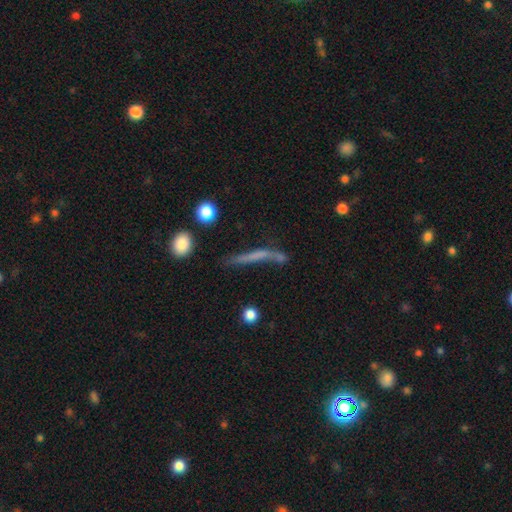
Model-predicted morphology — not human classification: Smooth or featured: smooth — 49% (featured or disk — 39%)
Merging: none — 44% (minor disturbance — 21%)